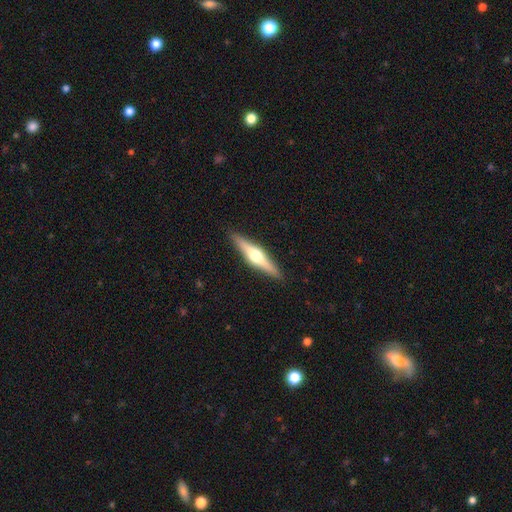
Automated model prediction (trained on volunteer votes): Q: Smooth or featured?
A: featured or disk (66%); runner-up: smooth (28%)
Q: Edge-on disk?
A: yes (97%); runner-up: no (3%)
Q: Edge-on bulge?
A: rounded (93%); runner-up: boxy (5%)
Q: Merging?
A: none (91%); runner-up: minor disturbance (7%)